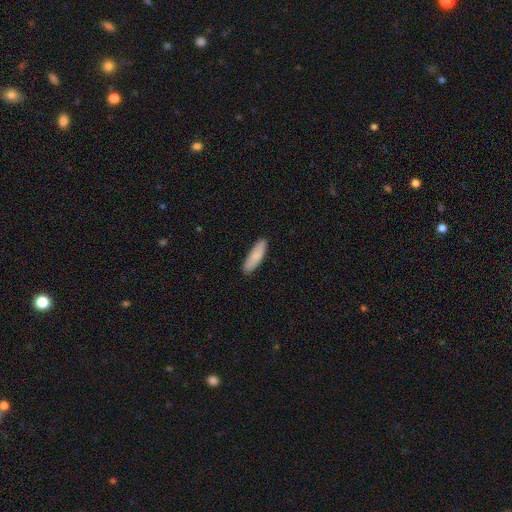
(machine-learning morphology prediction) smooth_or_featured: smooth (p=0.85) [alt: featured or disk p=0.10]
how_rounded: cigar-shaped (p=0.59) [alt: in between p=0.40]
merging: none (p=0.88) [alt: minor disturbance p=0.10]